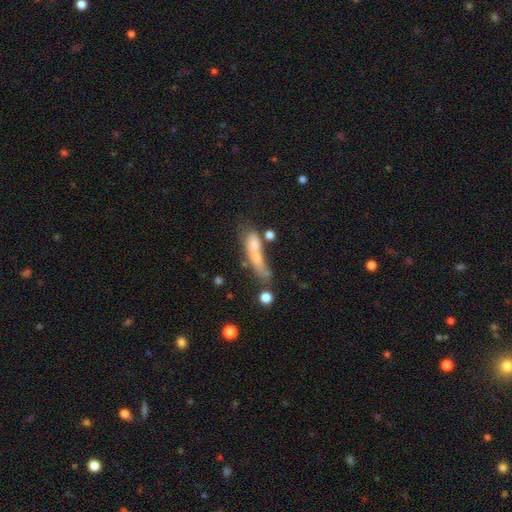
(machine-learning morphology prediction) type=smooth (54%); roundness=cigar-shaped (74%); merging=none (32%).